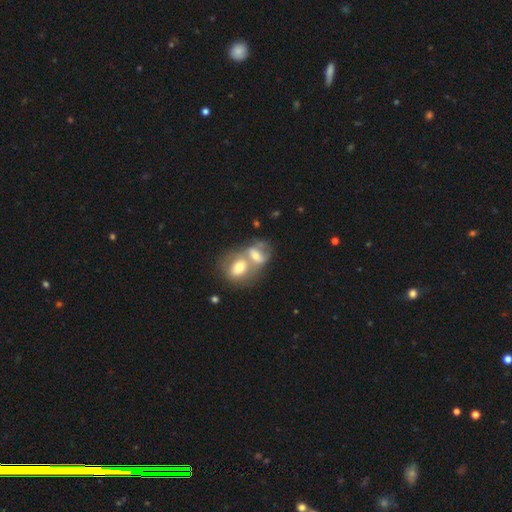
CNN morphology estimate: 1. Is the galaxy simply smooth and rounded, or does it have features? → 51% smooth, 40% featured or disk, 9% star or artifact.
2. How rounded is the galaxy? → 70% in between, 28% round, 3% cigar-shaped.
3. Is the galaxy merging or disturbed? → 74% merger, 15% none, 6% minor disturbance, 5% major disturbance.